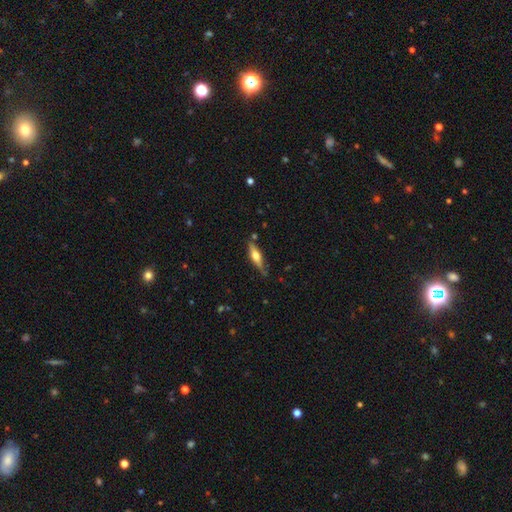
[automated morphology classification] Smooth or featured: featured or disk — 56% (smooth — 38%)
Edge-on disk: yes — 93% (no — 7%)
Edge-on bulge: rounded — 91% (boxy — 7%)
Merging: none — 77% (minor disturbance — 16%)